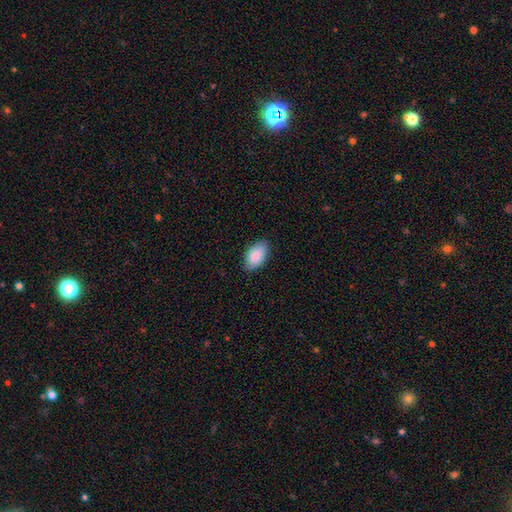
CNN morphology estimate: Smooth or featured? smooth (88%)
How rounded? in between (95%)
Merging? none (83%)